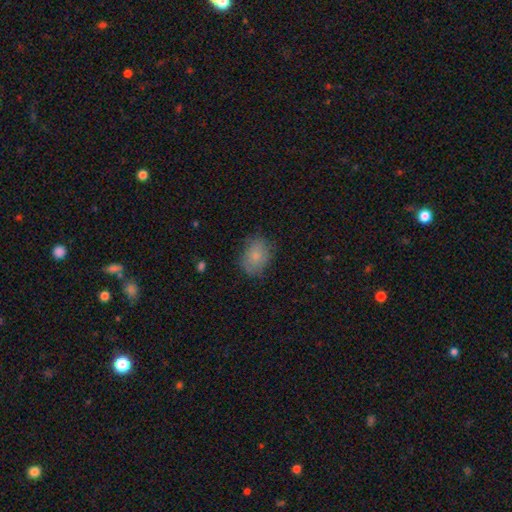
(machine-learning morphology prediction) Smooth or featured?
  - smooth: 80% *
  - featured or disk: 12%
  - star or artifact: 8%
How rounded?
  - in between: 66% *
  - round: 33%
  - cigar-shaped: 1%
Merging?
  - none: 71% *
  - minor disturbance: 22%
  - major disturbance: 6%
  - merger: 1%